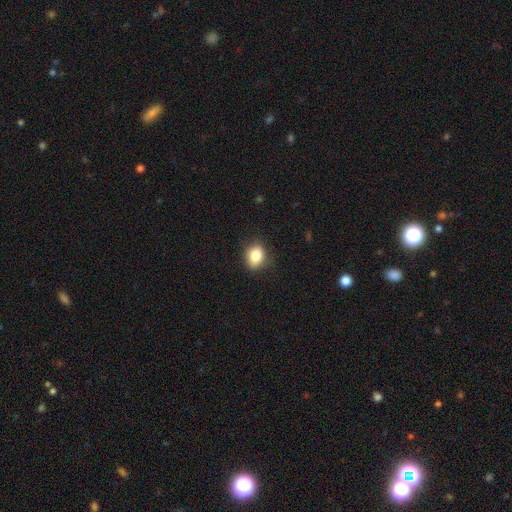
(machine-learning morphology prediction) A smooth galaxy with no disk features (84%) that is in between round and cigar-shaped (59%). Merging: none (82%).